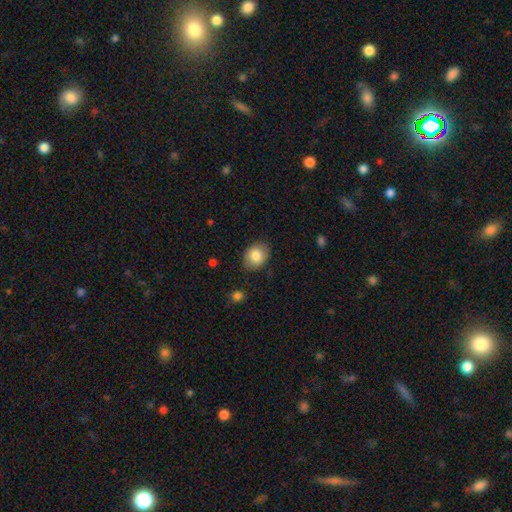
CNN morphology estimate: type=smooth (81%); roundness=in between (64%); merging=none (84%).